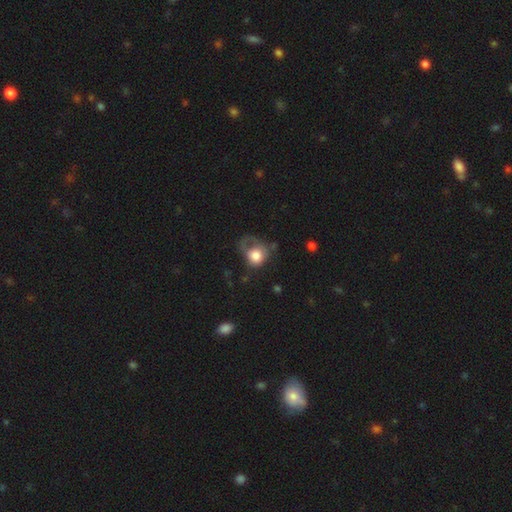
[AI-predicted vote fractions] The model was most divided on "merging": major disturbance: 48%, none: 25%, minor disturbance: 23%, merger: 4%. More confident: smooth or featured — smooth (72%); how rounded — round (66%).